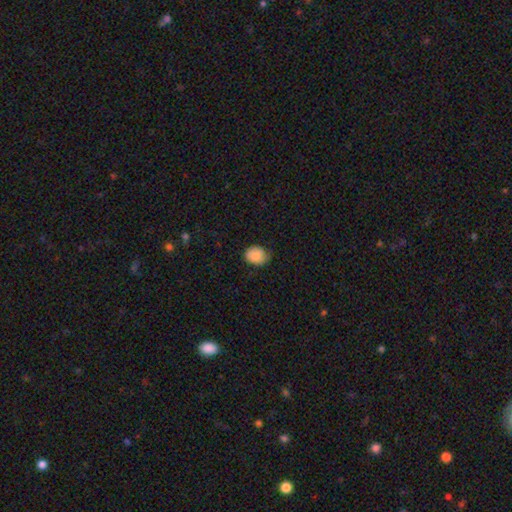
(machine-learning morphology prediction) Smooth or featured: smooth — 84% (featured or disk — 8%)
How rounded: round — 57% (in between — 42%)
Merging: none — 65% (minor disturbance — 29%)